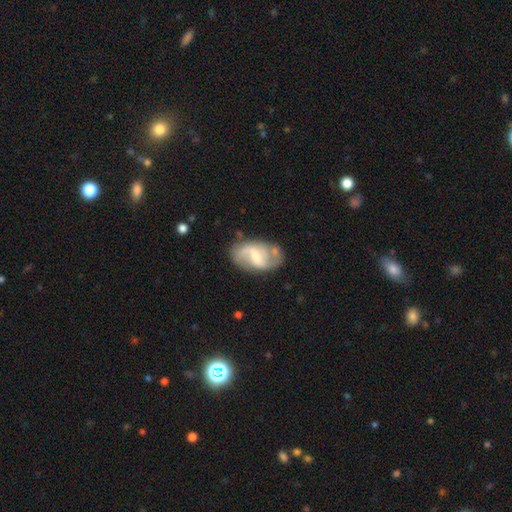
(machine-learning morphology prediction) This is likely a featured or disk galaxy (77%). It is clearly not viewed edge-on (97%). Bar: possibly weak (55%). Spiral arm pattern: clearly yes (91%). Spiral arm count: clearly 2 (87%). Spiral winding: possibly loose (54%). Central bulge: possibly small (46%). Merging: likely none (65%).